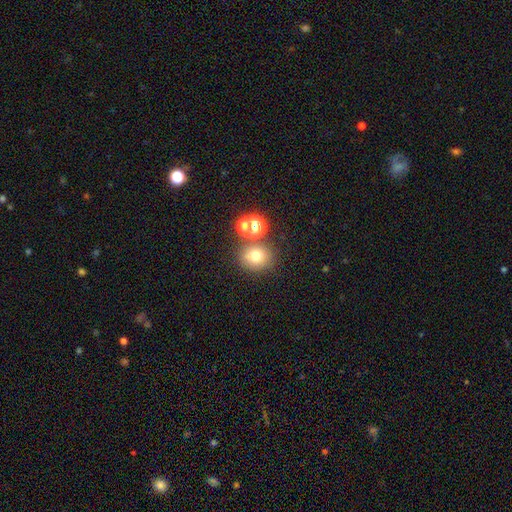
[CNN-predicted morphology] Smooth or featured? smooth (69%)
How rounded? round (76%)
Merging? none (69%)